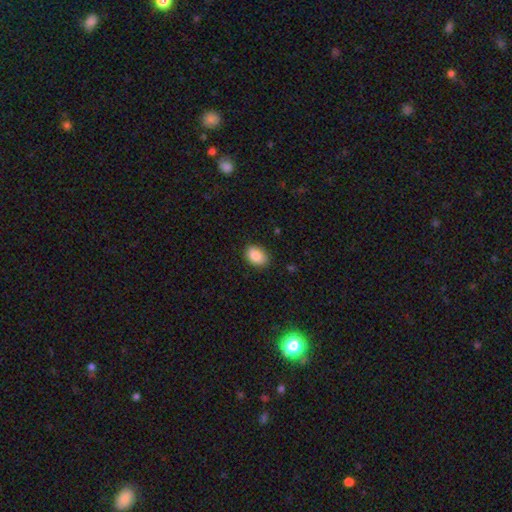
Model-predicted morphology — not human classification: type=smooth (88%); roundness=in between (78%); merging=none (85%).